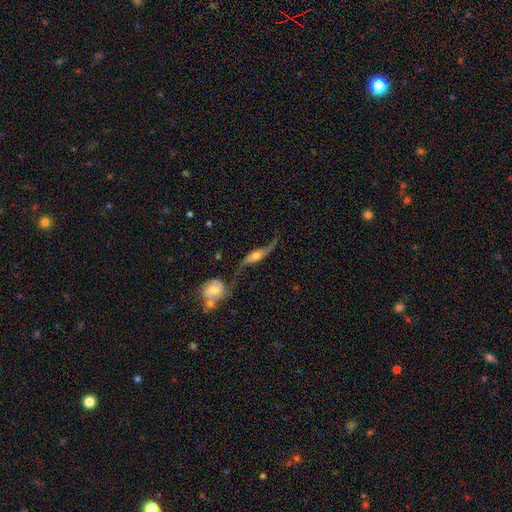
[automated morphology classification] Overall: featured or disk (83%). Edge-on disk: no (77%). Bar: no (51%; weak 34%). Spiral arms: yes (94%). Spiral arm count: 2 (91%). Spiral winding: loose (88%). Bulge size: moderate (53%; small 26%). Merging: none (46%; merger 19%).